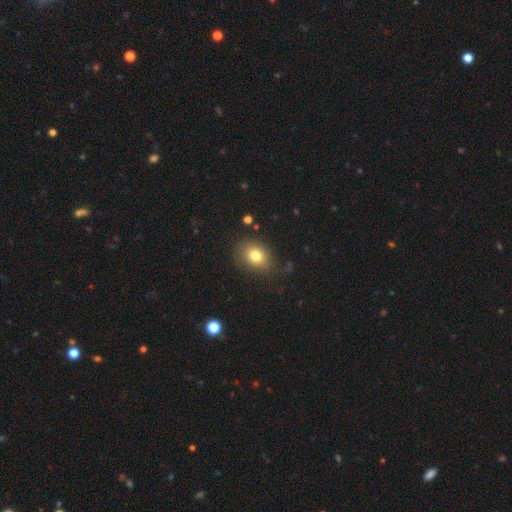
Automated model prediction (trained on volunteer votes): Smooth or featured? smooth (78%)
How rounded? in between (58%)
Merging? none (78%)